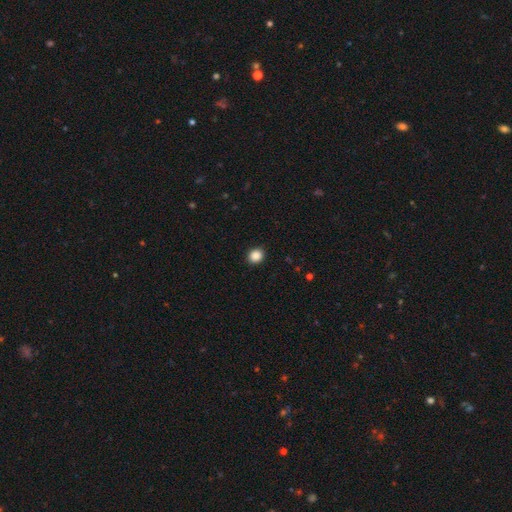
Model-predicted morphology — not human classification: type=smooth (88%); roundness=round (79%); merging=none (92%).